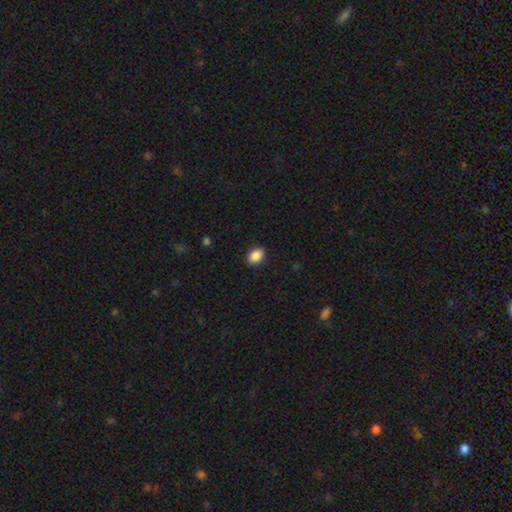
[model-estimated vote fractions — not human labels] This is clearly a smooth galaxy (89%). How rounded: likely in between (78%). Merging: clearly none (88%).